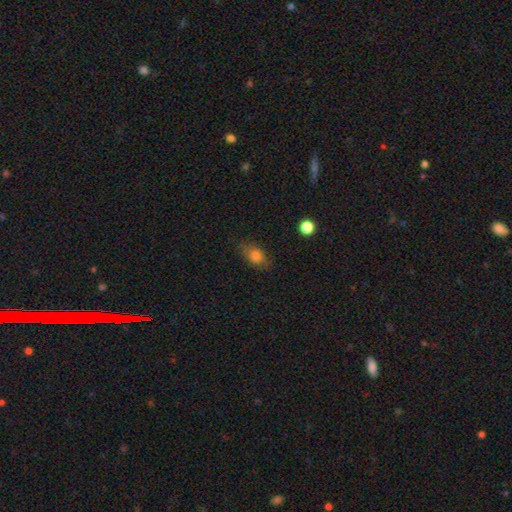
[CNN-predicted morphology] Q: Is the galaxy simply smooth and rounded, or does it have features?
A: smooth — 77%.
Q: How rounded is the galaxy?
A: in between — 78%.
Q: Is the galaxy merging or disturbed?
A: none — 75%.